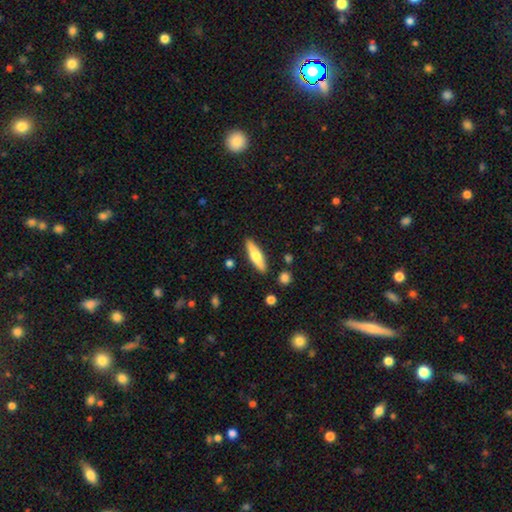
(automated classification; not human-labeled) Smooth or featured? Predicted: smooth (p=0.53). How rounded? Predicted: cigar-shaped (p=0.69). Merging? Predicted: none (p=0.88).